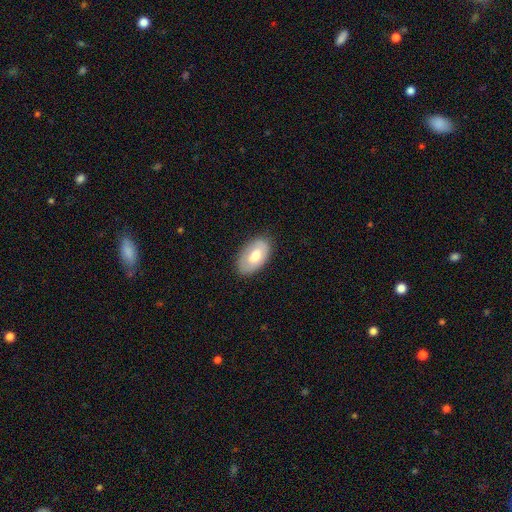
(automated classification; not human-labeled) Q: Smooth or featured?
A: smooth (65%); runner-up: featured or disk (29%)
Q: How rounded?
A: in between (93%); runner-up: round (5%)
Q: Merging?
A: none (80%); runner-up: minor disturbance (15%)